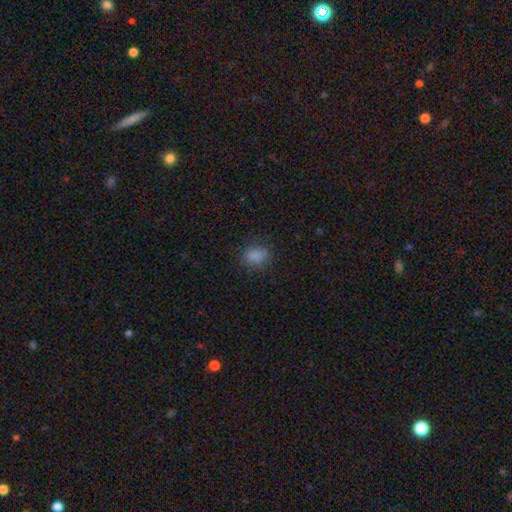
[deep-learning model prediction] The model was most divided on "how rounded": in between: 68%, round: 30%, cigar-shaped: 2%. More confident: smooth or featured — smooth (84%); merging — none (78%).